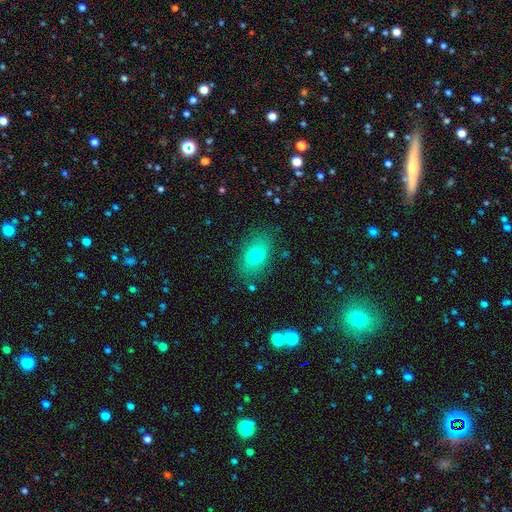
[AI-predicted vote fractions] smooth 72%, featured or disk 17%, star or artifact 11%. Down the decision tree: how rounded — in between (83%); merging — none (82%).